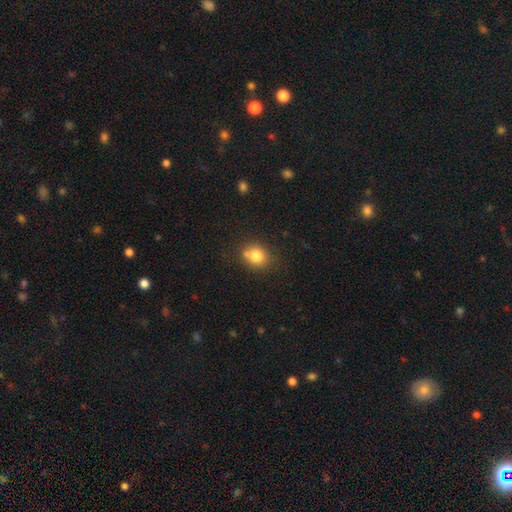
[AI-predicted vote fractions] smooth-or-featured: smooth: 80% | star or artifact: 11% | featured or disk: 9%
  how-rounded: round: 69% | in between: 30% | cigar-shaped: 1%
  merging: none: 67% | merger: 15% | minor disturbance: 15% | major disturbance: 4%